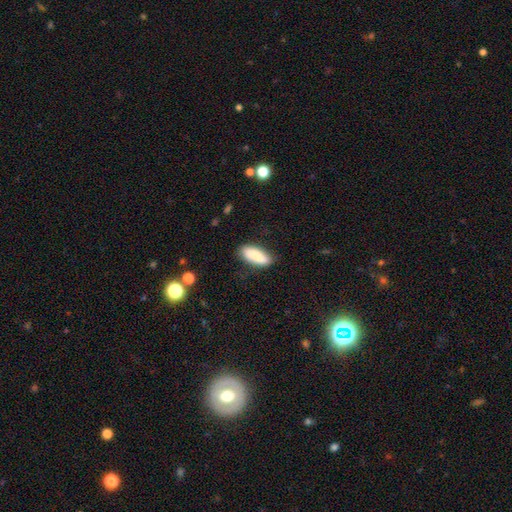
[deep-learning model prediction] This appears to be a smooth galaxy with no disk features (82%) that is in between round and cigar-shaped (68%). Merging: none (74%).